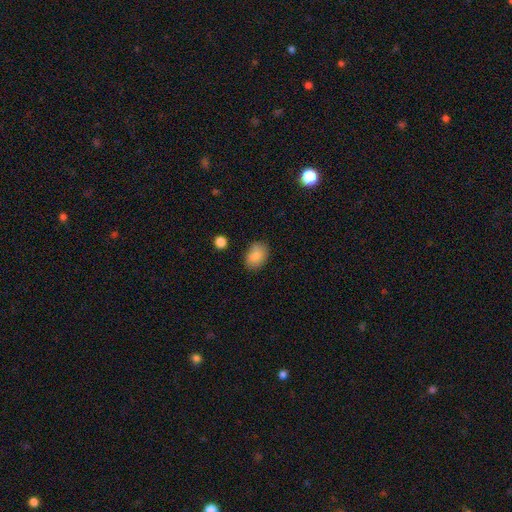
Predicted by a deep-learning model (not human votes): Q: Smooth or featured?
A: smooth (84%); runner-up: star or artifact (8%)
Q: How rounded?
A: in between (82%); runner-up: round (17%)
Q: Merging?
A: none (75%); runner-up: minor disturbance (17%)